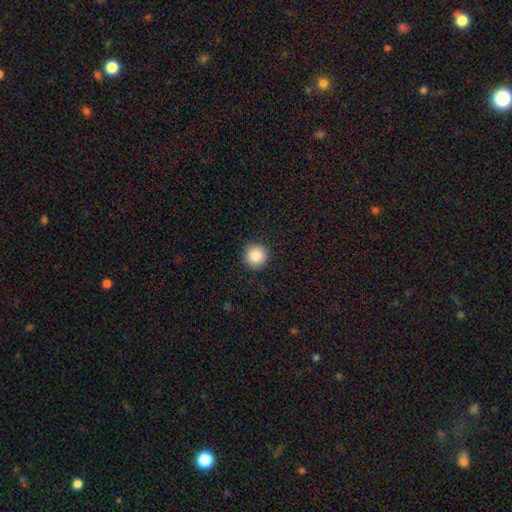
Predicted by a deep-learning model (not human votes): Smooth or featured? Predicted: smooth (p=0.86). How rounded? Predicted: round (p=0.95). Merging? Predicted: none (p=0.91).